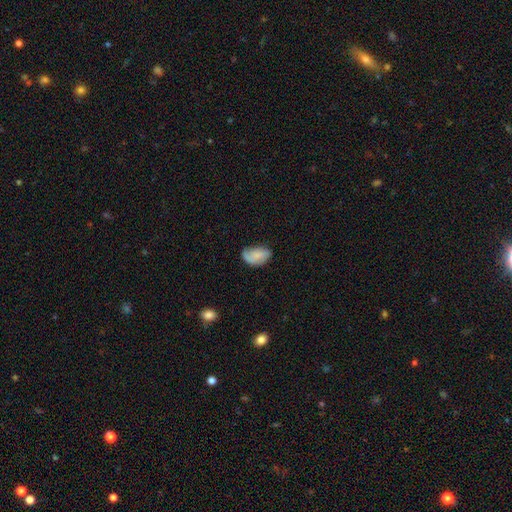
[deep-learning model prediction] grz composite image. It shows a smooth galaxy with no disk features (62%) that is in between round and cigar-shaped (89%). Merging: none (49%).